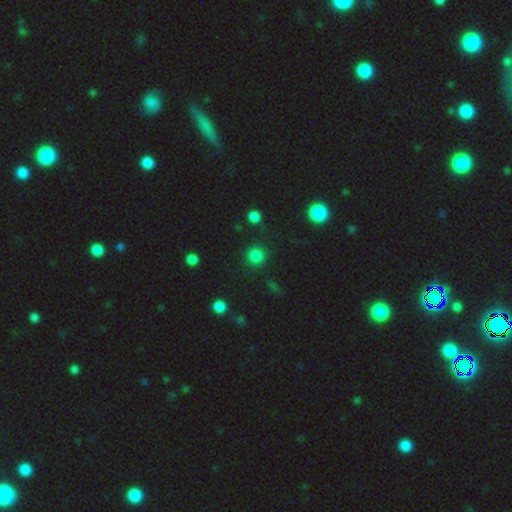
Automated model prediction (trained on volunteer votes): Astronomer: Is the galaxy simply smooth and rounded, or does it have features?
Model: smooth — 81%.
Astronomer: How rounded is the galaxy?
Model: round — 93%.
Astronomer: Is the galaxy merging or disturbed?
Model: none — 88%.